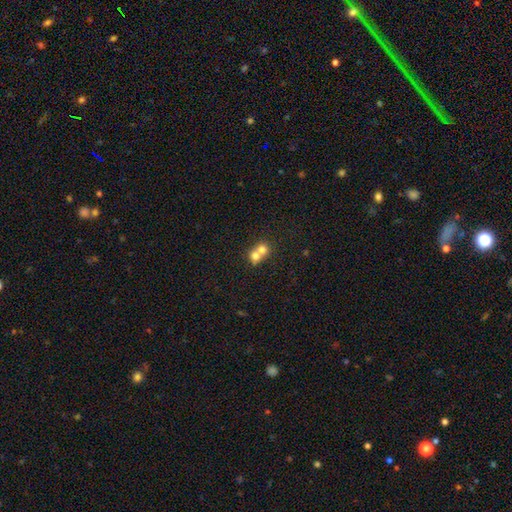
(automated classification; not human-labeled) Overall: smooth (72%). How rounded: round (76%). Merging: merger (71%).